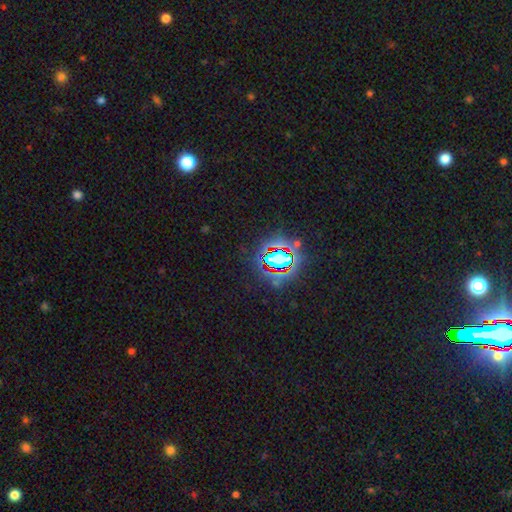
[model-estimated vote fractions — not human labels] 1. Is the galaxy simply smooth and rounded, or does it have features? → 82% star or artifact, 11% smooth, 8% featured or disk.